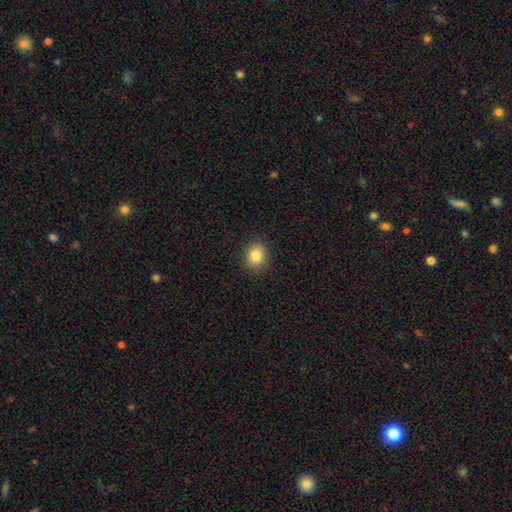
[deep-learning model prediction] Smooth or featured? Predicted: smooth (p=0.84). How rounded? Predicted: round (p=0.72). Merging? Predicted: none (p=0.89).